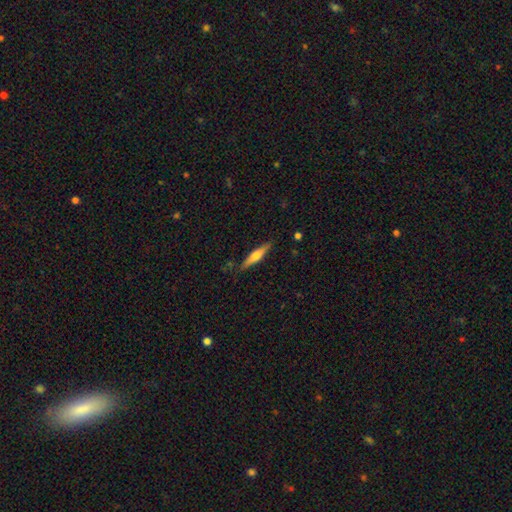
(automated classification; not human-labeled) Morphology: type=featured or disk (51%); edge-on=yes (95%); merging=none (86%).